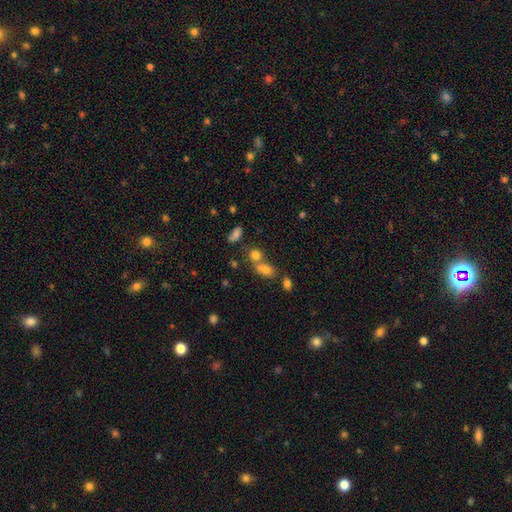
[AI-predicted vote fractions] Smooth or featured: smooth — 69% (star or artifact — 19%)
How rounded: in between — 55% (round — 40%)
Merging: none — 43% (tied with merger — 43%)